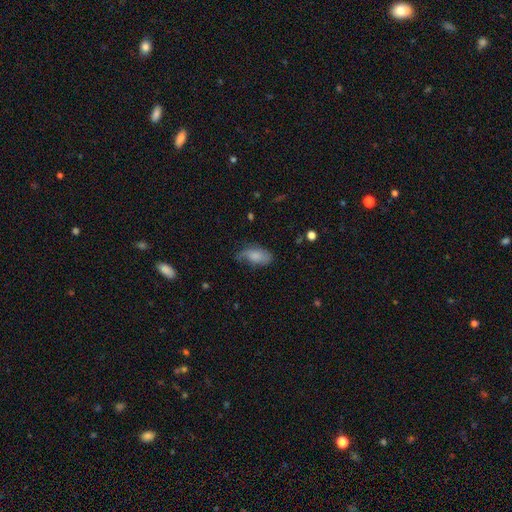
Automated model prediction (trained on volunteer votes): Morphology: type=smooth (72%); roundness=in between (91%); merging=none (51%).